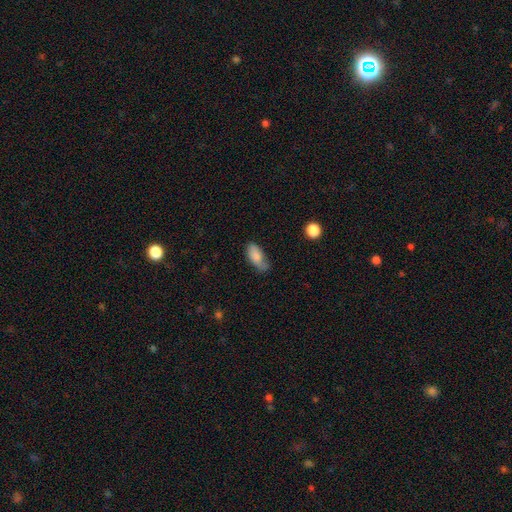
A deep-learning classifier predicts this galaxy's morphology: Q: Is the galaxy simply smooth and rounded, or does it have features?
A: smooth — 81%.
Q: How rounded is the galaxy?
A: in between — 89%.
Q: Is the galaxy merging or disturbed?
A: none — 49%.